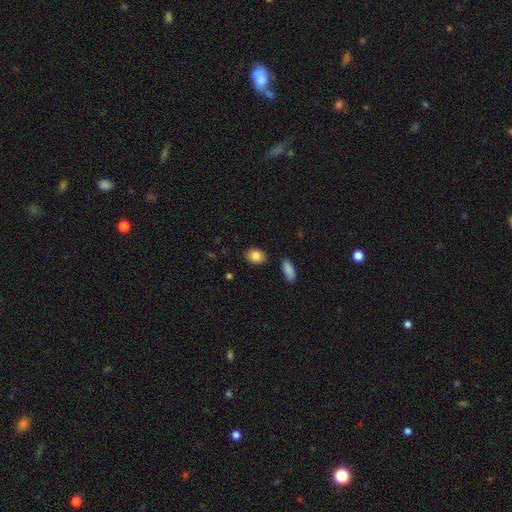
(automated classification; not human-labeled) Overall: smooth (85%). How rounded: in between (80%). Merging: none (85%).